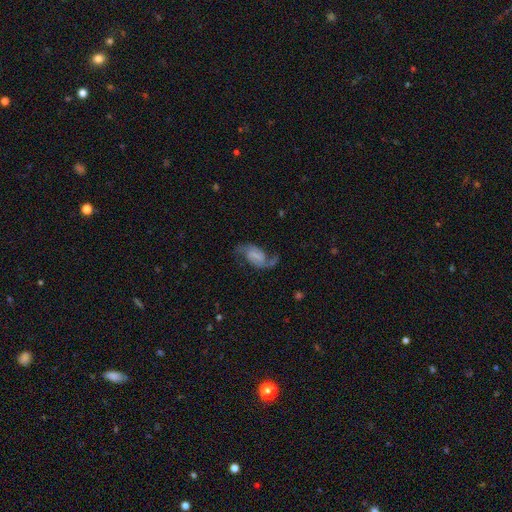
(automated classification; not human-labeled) A featured or disk galaxy (81%) with a weak bar (48%), 2 (92%) loose (51%) spiral arms (95%) and no central bulge (51%).

Vote fractions:
- Smooth or featured? featured or disk: 81% / smooth: 12% / star or artifact: 7%
- Edge-on disk? no: 98% / yes: 2%
- Bar? weak: 48% / no: 28% / strong: 24%
- Spiral arms? yes: 95% / no: 5%
- Spiral winding? loose: 51% / medium: 38% / tight: 11%
- Spiral arm count? 2: 92% / 1: 3% / can't tell: 3% / 3: 1% / 4: 1% / more than 4: 1%
- Bulge size? none: 51% / small: 31% / moderate: 12% / large: 4% / dominant: 2%
- Merging? none: 63% / minor disturbance: 18% / major disturbance: 15% / merger: 4%